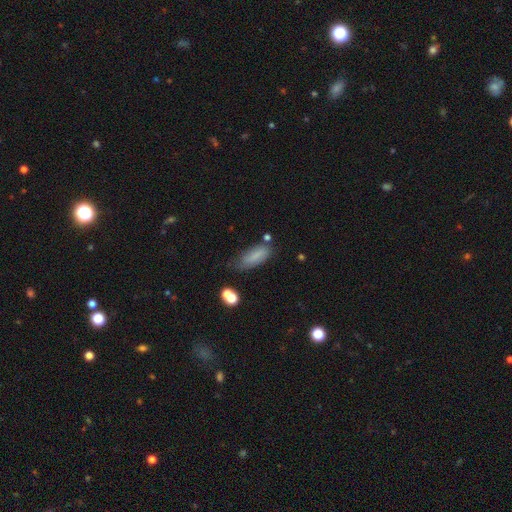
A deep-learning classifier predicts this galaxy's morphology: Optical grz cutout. It shows a smooth galaxy with no disk features (78%) that is in between round and cigar-shaped (69%). Merging: none (58%).